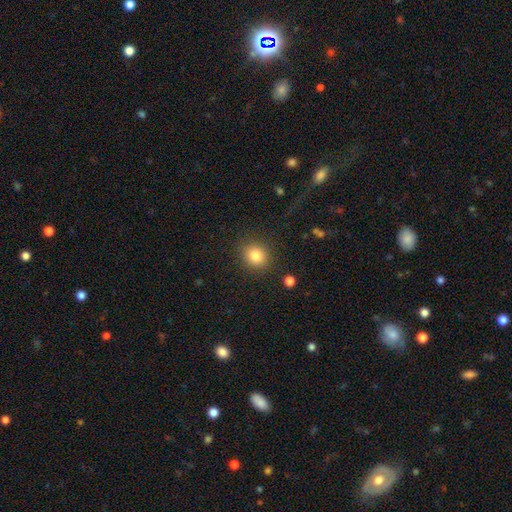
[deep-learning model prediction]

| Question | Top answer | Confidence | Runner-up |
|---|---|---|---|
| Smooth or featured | smooth | 83% | star or artifact (11%) |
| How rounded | round | 73% | in between (26%) |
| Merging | none | 86% | minor disturbance (8%) |